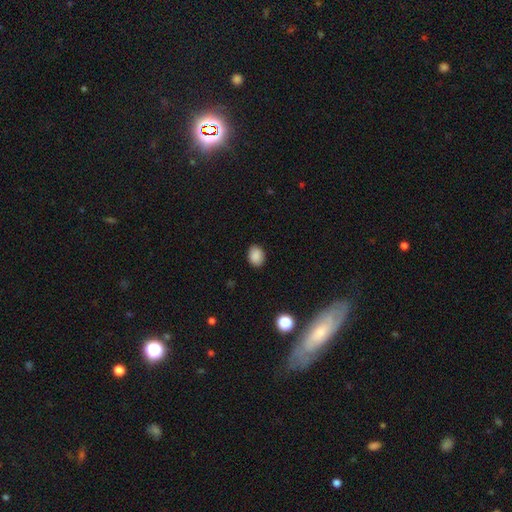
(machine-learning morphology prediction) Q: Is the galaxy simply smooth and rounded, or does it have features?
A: smooth — 88%.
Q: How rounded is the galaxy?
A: in between — 63%.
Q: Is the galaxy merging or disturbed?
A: none — 89%.